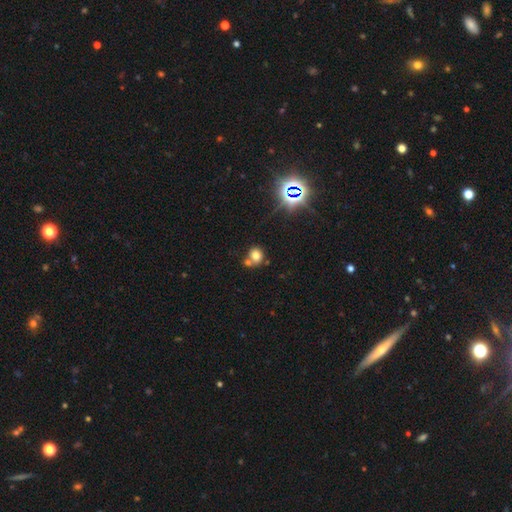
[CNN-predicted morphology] A smooth galaxy with no disk features (72%) that is round (77%).

Vote fractions:
- Smooth or featured? smooth: 72% / star or artifact: 17% / featured or disk: 11%
- How rounded? round: 77% / in between: 22% / cigar-shaped: 1%
- Merging? none: 49% / merger: 37% / minor disturbance: 10% / major disturbance: 4%